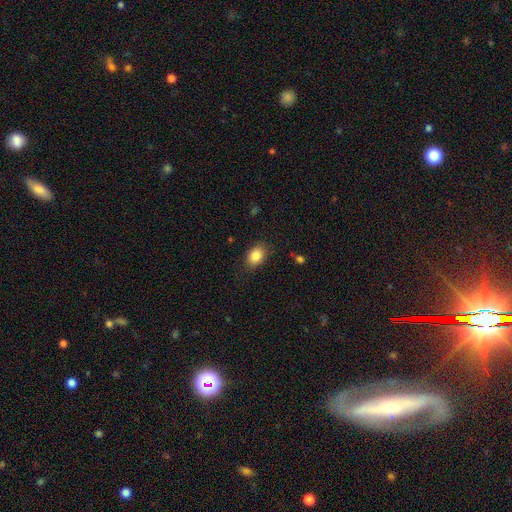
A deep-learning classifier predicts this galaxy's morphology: smooth_or_featured: smooth (p=0.86) [alt: star or artifact p=0.08]
how_rounded: in between (p=0.75) [alt: round p=0.24]
merging: none (p=0.83) [alt: minor disturbance p=0.13]